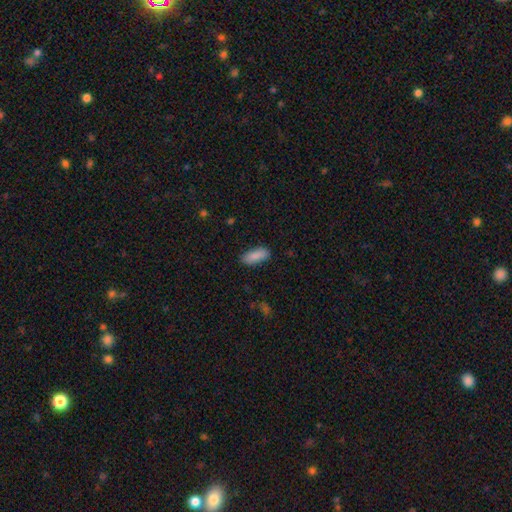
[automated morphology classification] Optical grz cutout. It shows a smooth galaxy with no disk features (89%) that is in between round and cigar-shaped (81%). Merging: none (86%).